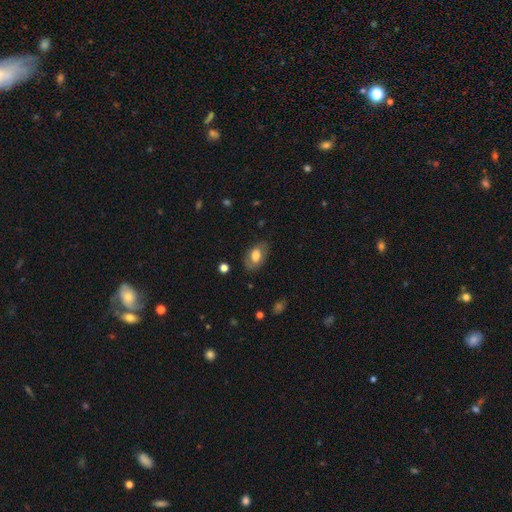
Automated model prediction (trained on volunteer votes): Q: Smooth or featured?
A: smooth (67%); runner-up: featured or disk (26%)
Q: How rounded?
A: in between (89%); runner-up: round (9%)
Q: Merging?
A: none (78%); runner-up: minor disturbance (17%)